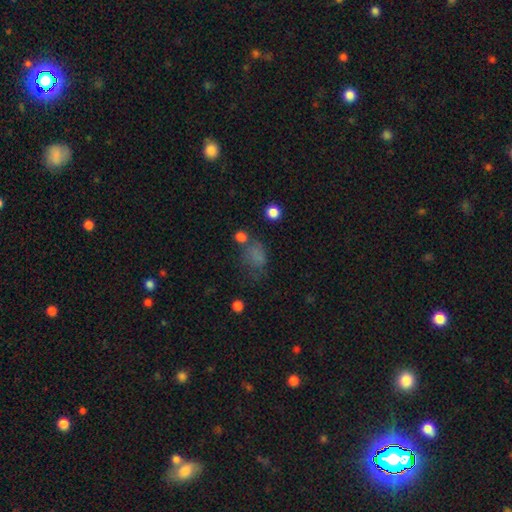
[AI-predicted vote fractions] The model was most divided on "merging": none: 42%, minor disturbance: 25%, major disturbance: 22%, merger: 11%. More confident: smooth or featured — smooth (67%); how rounded — in between (64%).